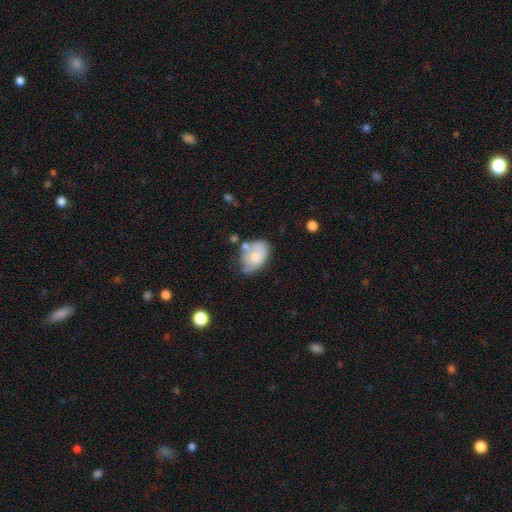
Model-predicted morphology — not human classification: smooth_or_featured: smooth (p=0.62) [alt: featured or disk p=0.31]
how_rounded: in between (p=0.79) [alt: round p=0.20]
merging: minor disturbance (p=0.37) [alt: none p=0.35]